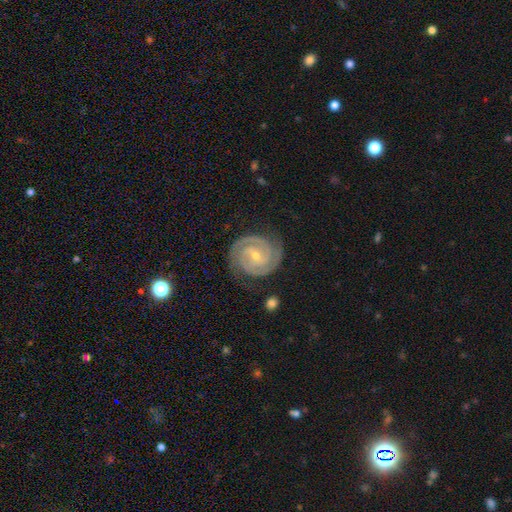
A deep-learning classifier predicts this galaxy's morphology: Smooth or featured?
  - featured or disk: 91% *
  - star or artifact: 5%
  - smooth: 4%
Edge-on disk?
  - no: 98% *
  - yes: 2%
Bar?
  - no: 44% *
  - weak: 38%
  - strong: 18%
Spiral arms?
  - yes: 99% *
  - no: 1%
Spiral winding?
  - tight: 82% *
  - medium: 17%
  - loose: 2%
Spiral arm count?
  - 2: 78% *
  - 3: 12%
  - can't tell: 4%
  - 4: 3%
  - 1: 2%
  - more than 4: 2%
Bulge size?
  - small: 72% *
  - moderate: 25%
  - none: 1%
  - large: 1%
  - dominant: 1%
Merging?
  - none: 83% *
  - minor disturbance: 13%
  - major disturbance: 3%
  - merger: 1%